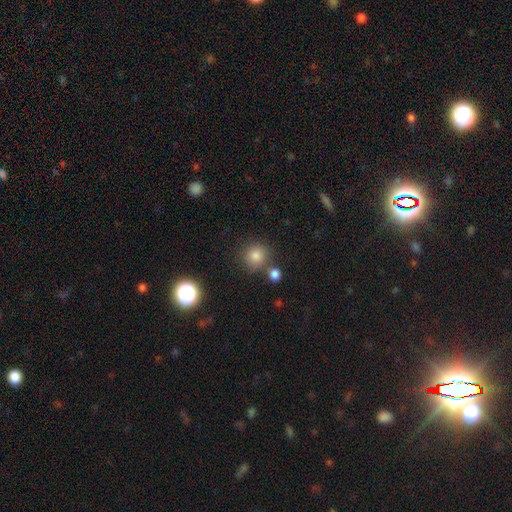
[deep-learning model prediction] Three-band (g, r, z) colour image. It shows a smooth galaxy with no disk features (81%) that is round (90%). Merging: none (73%).